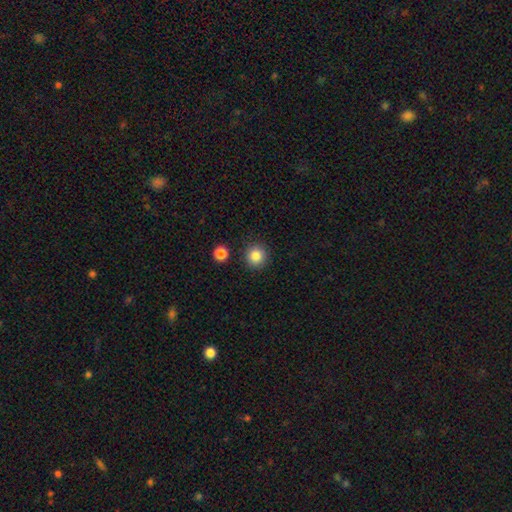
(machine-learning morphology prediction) This appears to be a smooth galaxy with no disk features (85%) that is round (94%). Merging: none (89%).